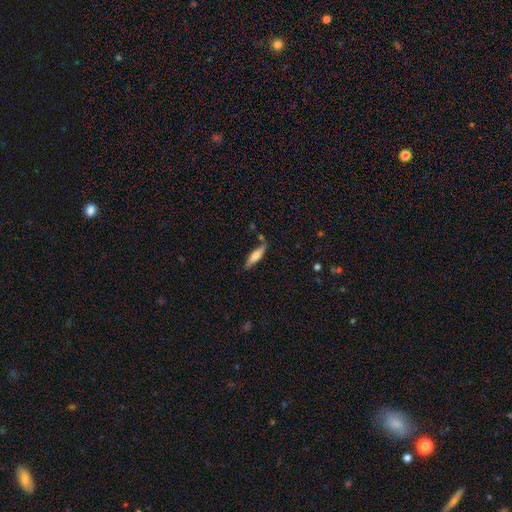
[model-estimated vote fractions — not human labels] This is likely a smooth galaxy (64%). How rounded: likely cigar-shaped (77%). Merging: likely none (74%).